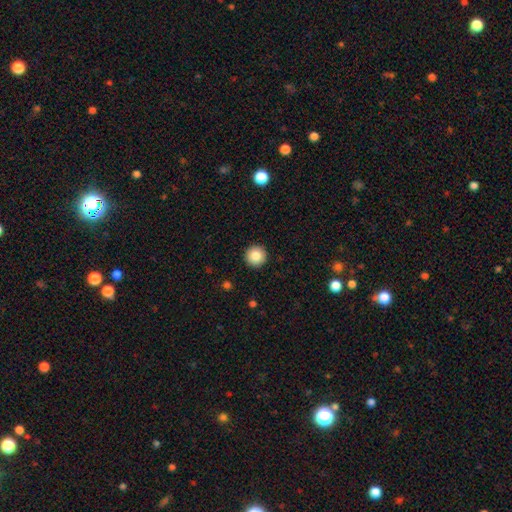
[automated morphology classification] The model was most divided on "smooth or featured": smooth: 85%, star or artifact: 9%, featured or disk: 6%. More confident: how rounded — round (96%); merging — none (93%).